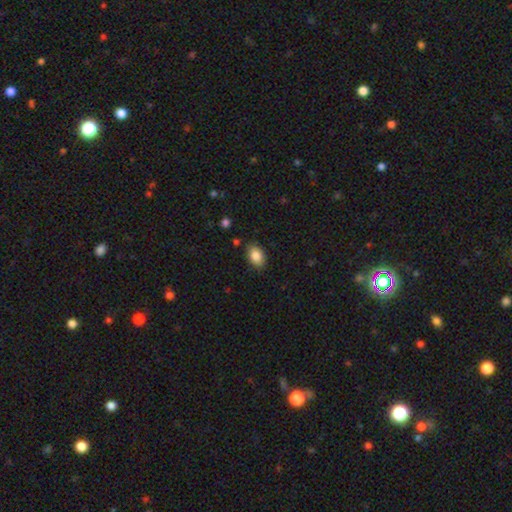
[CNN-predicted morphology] type=smooth (87%); roundness=in between (85%); merging=none (83%).